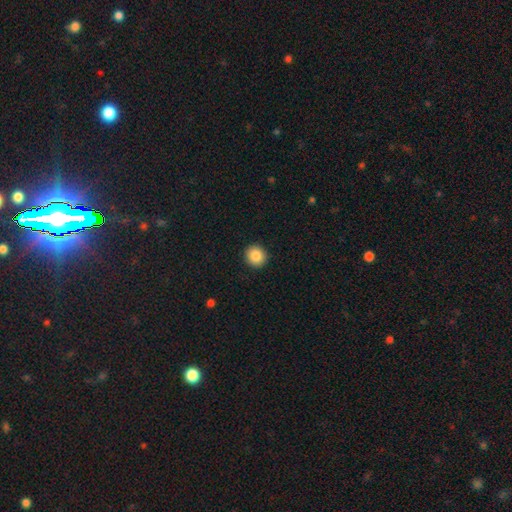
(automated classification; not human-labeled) Smooth or featured: smooth — 87% (star or artifact — 8%)
How rounded: round — 92% (in between — 7%)
Merging: none — 93% (minor disturbance — 5%)